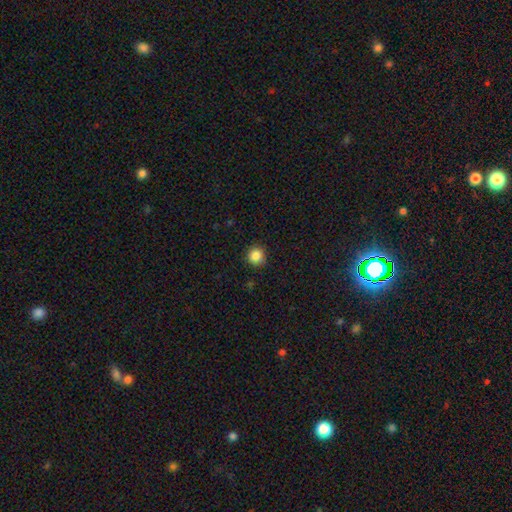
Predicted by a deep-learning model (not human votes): Smooth or featured? Predicted: smooth (p=0.86). How rounded? Predicted: round (p=0.94). Merging? Predicted: none (p=0.90).